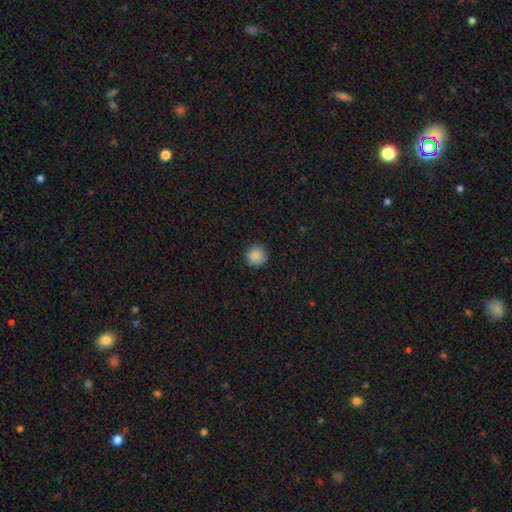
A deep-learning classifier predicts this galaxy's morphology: Q: Smooth or featured?
A: smooth (87%); runner-up: star or artifact (9%)
Q: How rounded?
A: round (95%); runner-up: in between (4%)
Q: Merging?
A: none (89%); runner-up: minor disturbance (8%)